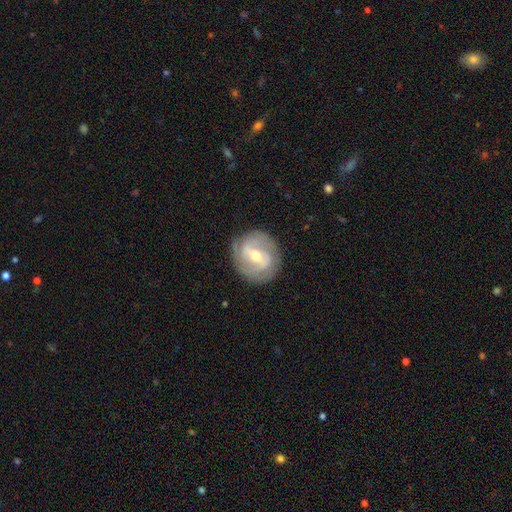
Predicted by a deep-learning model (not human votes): Smooth or featured? featured or disk (81%)
Edge-on disk? no (97%)
Bar? weak (49%)
Spiral arms? yes (90%)
Spiral winding? tight (53%)
Spiral arm count? 2 (59%)
Bulge size? moderate (62%)
Merging? none (80%)